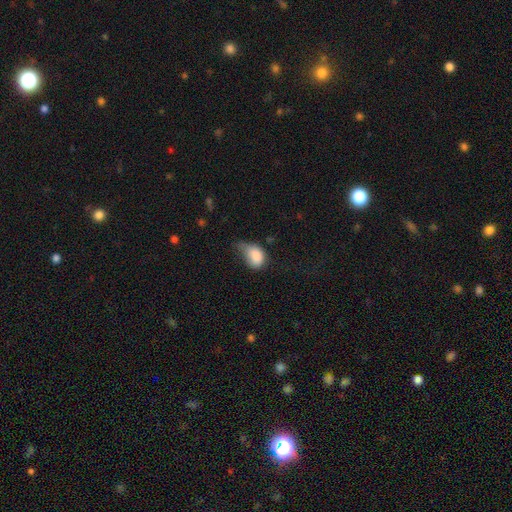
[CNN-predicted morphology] smooth_or_featured: smooth (p=0.82) [alt: featured or disk p=0.10]
how_rounded: in between (p=0.76) [alt: round p=0.22]
merging: minor disturbance (p=0.45) [alt: major disturbance p=0.32]